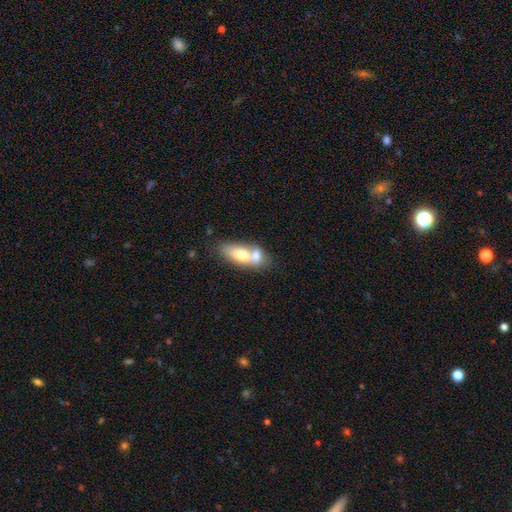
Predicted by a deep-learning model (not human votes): A smooth galaxy with no disk features (65%) that is in between round and cigar-shaped (77%). Merging: merger (67%).